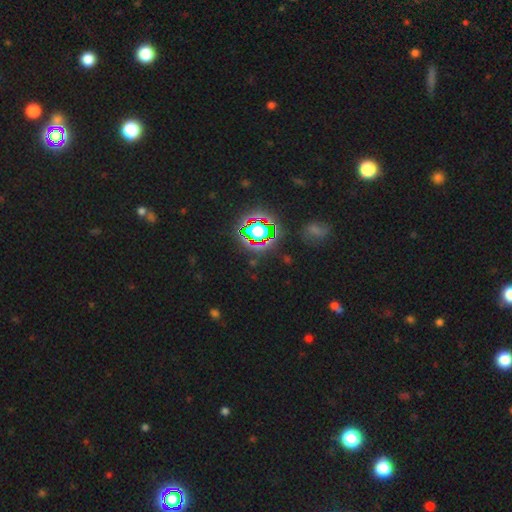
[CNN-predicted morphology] Overall: star or artifact (78%).